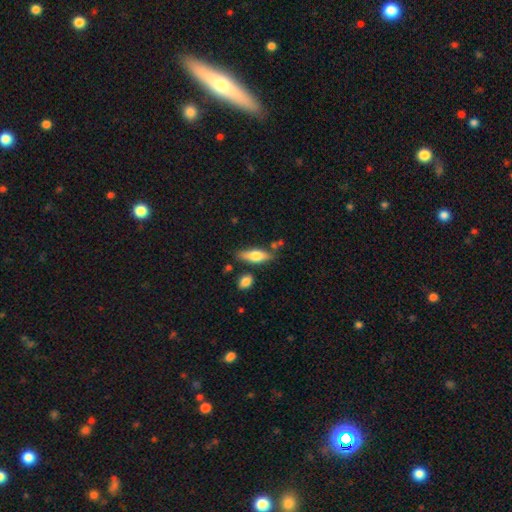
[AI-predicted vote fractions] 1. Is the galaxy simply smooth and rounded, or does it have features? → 63% smooth, 31% featured or disk, 6% star or artifact.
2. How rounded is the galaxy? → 55% in between, 42% cigar-shaped, 3% round.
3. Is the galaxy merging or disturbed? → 72% none, 16% minor disturbance, 8% merger, 4% major disturbance.